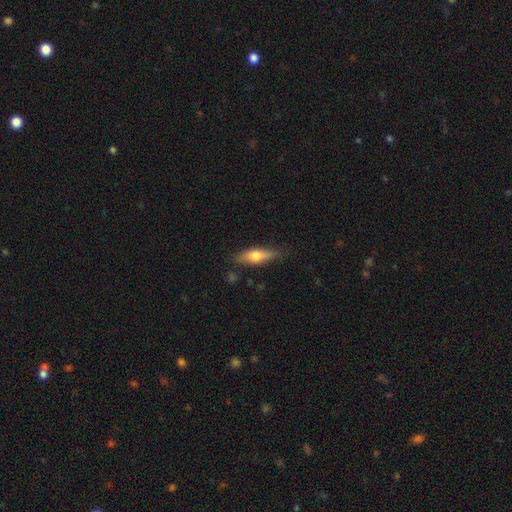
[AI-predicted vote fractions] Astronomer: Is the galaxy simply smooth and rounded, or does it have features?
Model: smooth — 57% (runner-up: featured or disk, 37%).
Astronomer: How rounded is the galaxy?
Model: cigar-shaped — 55% (runner-up: in between, 42%).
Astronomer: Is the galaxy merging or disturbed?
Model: none — 80%.